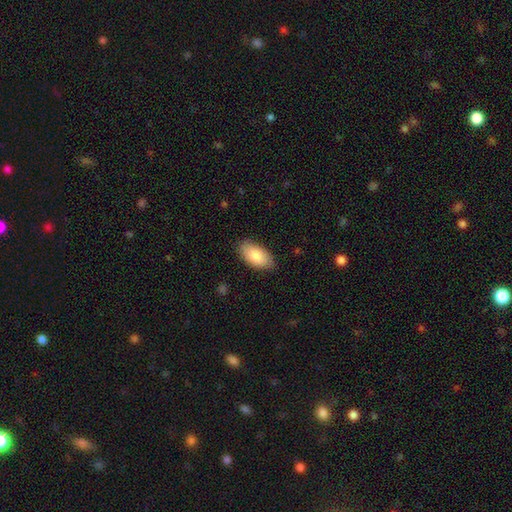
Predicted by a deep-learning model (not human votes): This is clearly a smooth galaxy (85%). How rounded: clearly in between (95%). Merging: clearly none (83%).